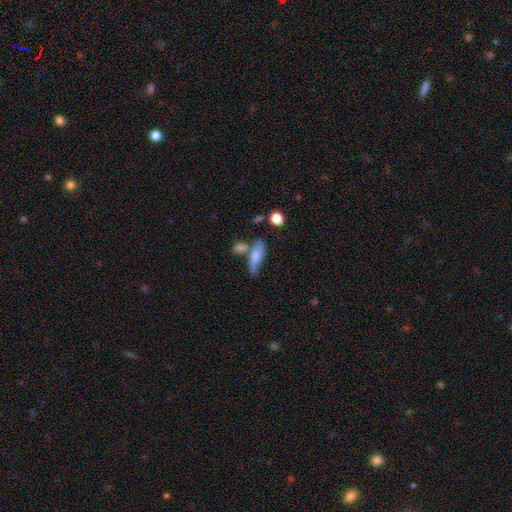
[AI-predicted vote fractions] Smooth or featured?
  - smooth: 64% *
  - featured or disk: 28%
  - star or artifact: 8%
How rounded?
  - in between: 52% *
  - cigar-shaped: 44%
  - round: 5%
Merging?
  - none: 45% *
  - merger: 26%
  - minor disturbance: 20%
  - major disturbance: 10%